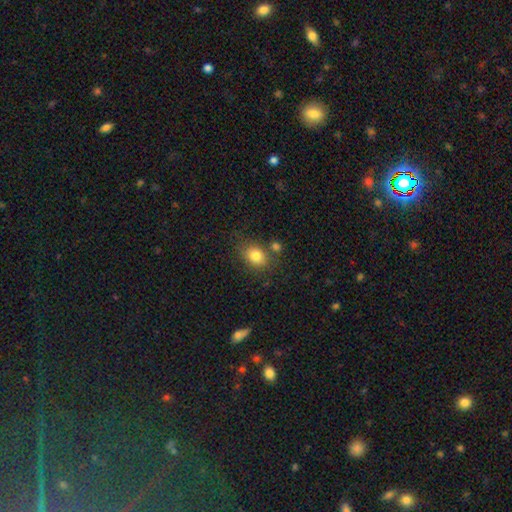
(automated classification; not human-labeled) Smooth or featured?
  - smooth: 81% *
  - star or artifact: 10%
  - featured or disk: 9%
How rounded?
  - in between: 60% *
  - round: 38%
  - cigar-shaped: 1%
Merging?
  - none: 65% *
  - minor disturbance: 16%
  - merger: 13%
  - major disturbance: 5%